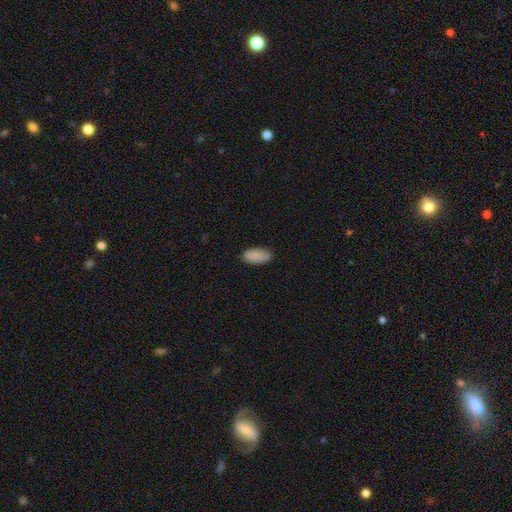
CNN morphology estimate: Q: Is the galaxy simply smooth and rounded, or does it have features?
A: smooth — 88%.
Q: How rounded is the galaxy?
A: in between — 92%.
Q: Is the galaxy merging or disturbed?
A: none — 83%.